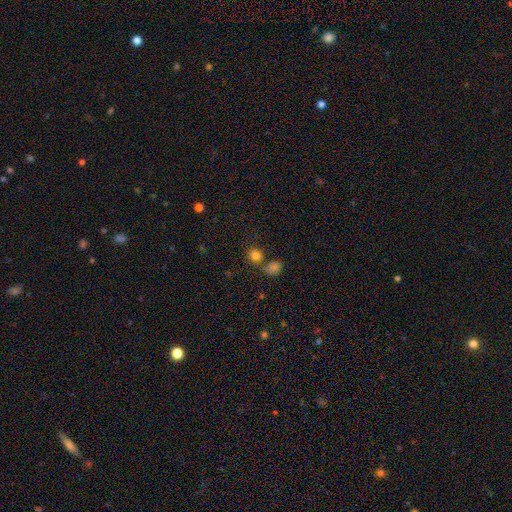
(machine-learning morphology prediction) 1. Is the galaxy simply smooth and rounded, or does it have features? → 80% smooth, 14% star or artifact, 6% featured or disk.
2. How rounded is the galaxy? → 85% round, 14% in between, 1% cigar-shaped.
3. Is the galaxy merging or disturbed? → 66% none, 22% merger, 9% minor disturbance, 4% major disturbance.